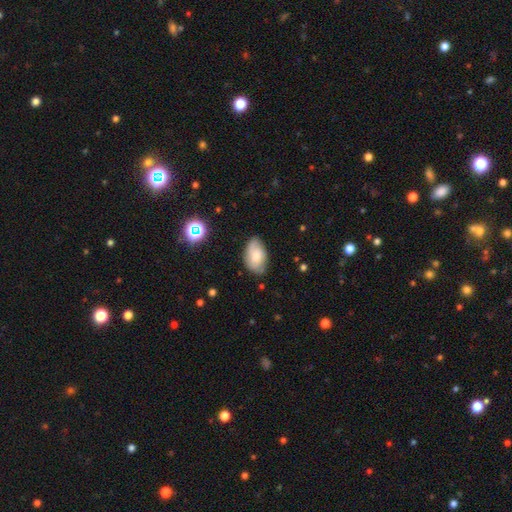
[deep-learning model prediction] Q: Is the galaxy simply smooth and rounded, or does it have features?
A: smooth — 62%.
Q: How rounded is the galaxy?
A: in between — 92%.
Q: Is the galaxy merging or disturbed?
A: none — 70%.